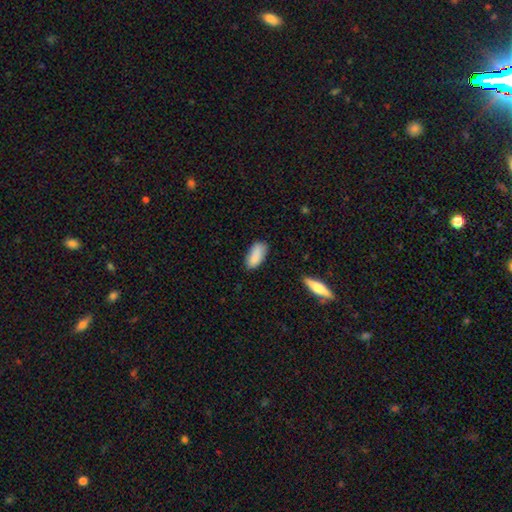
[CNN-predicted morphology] Smooth or featured: smooth — 87% (star or artifact — 7%)
How rounded: in between — 86% (cigar-shaped — 12%)
Merging: none — 75% (minor disturbance — 19%)